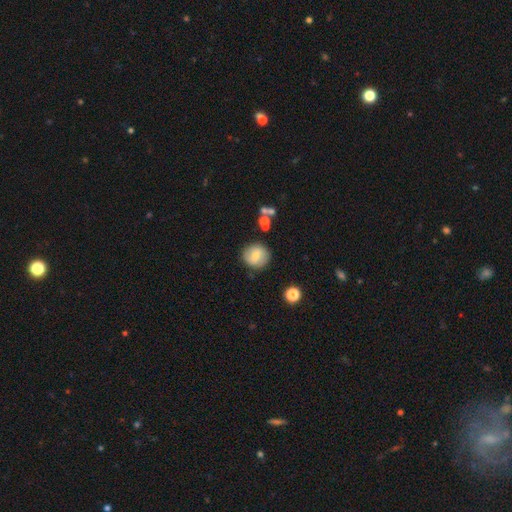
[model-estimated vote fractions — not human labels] Morphology: type=smooth (68%); roundness=round (91%); merging=none (83%).